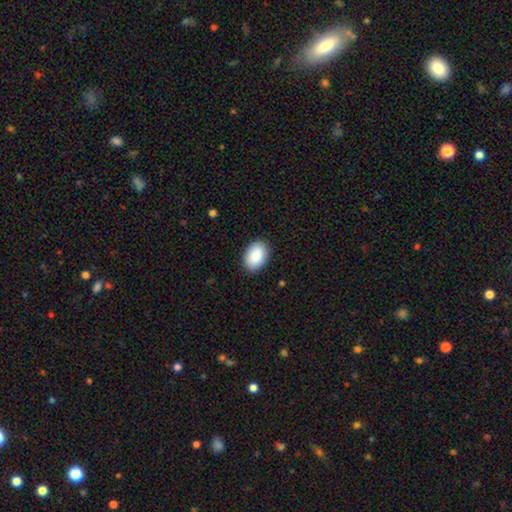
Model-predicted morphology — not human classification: This appears to be a smooth galaxy with no disk features (90%) that is in between round and cigar-shaped (86%). Merging: none (89%).